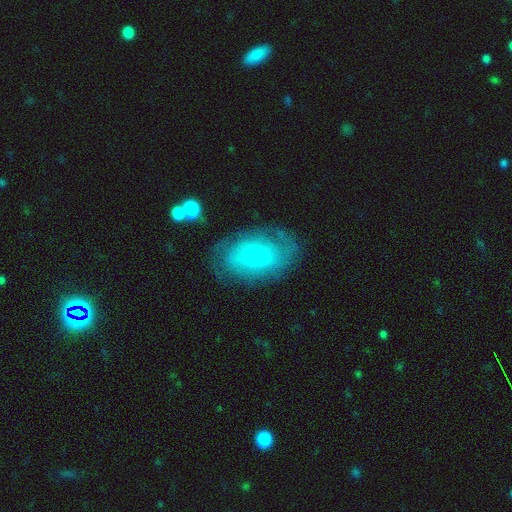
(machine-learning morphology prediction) Smooth or featured? featured or disk (65%)
Edge-on disk? no (96%)
Bar? no (52%)
Spiral arms? yes (83%)
Spiral winding? tight (47%)
Spiral arm count? can't tell (43%)
Bulge size? small (75%)
Merging? none (71%)